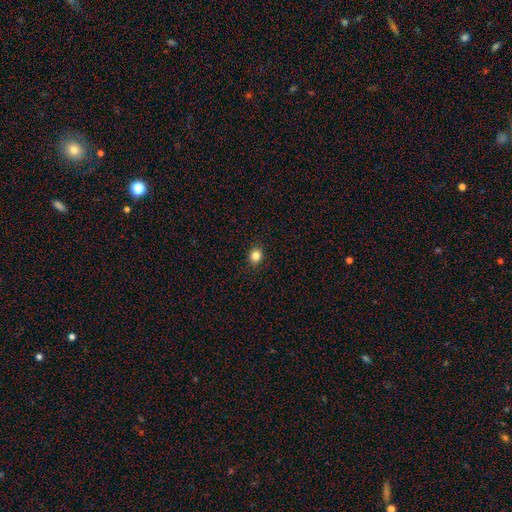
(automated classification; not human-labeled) Smooth or featured? Predicted: smooth (p=0.83). How rounded? Predicted: round (p=0.70). Merging? Predicted: none (p=0.91).